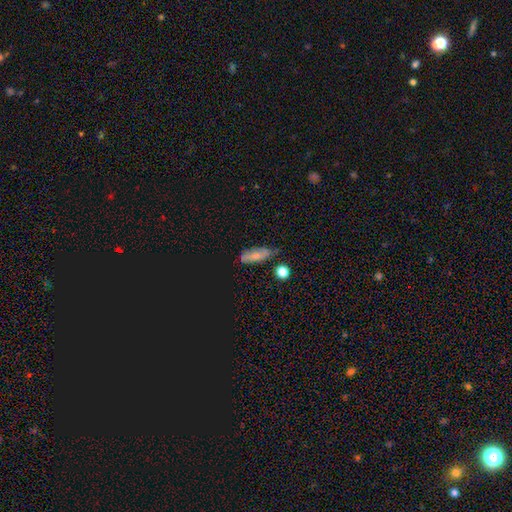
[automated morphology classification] Smooth or featured? smooth (66%)
How rounded? in between (63%)
Merging? none (63%)